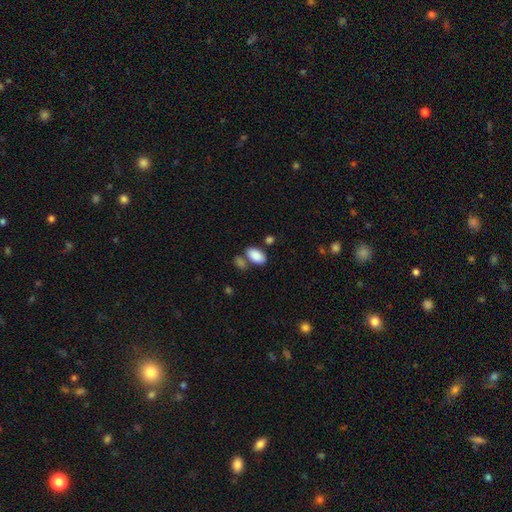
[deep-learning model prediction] Morphology: type=smooth (88%); roundness=in between (94%); merging=none (62%).